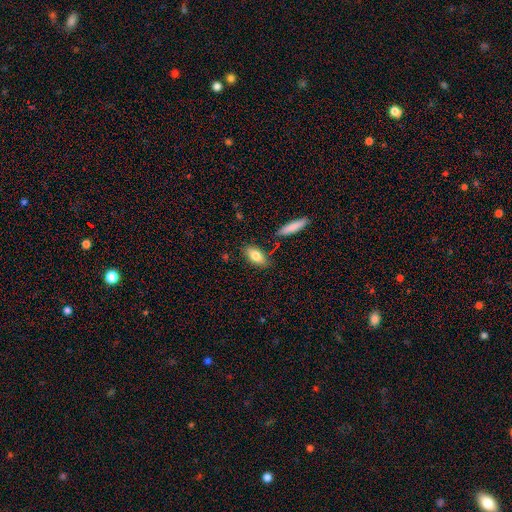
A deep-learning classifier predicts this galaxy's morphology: type=smooth (79%); roundness=in between (82%); merging=none (79%).